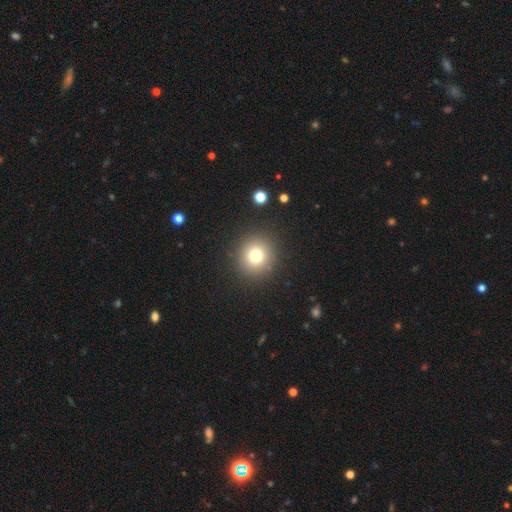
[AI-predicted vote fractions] Q: Smooth or featured?
A: smooth (75%); runner-up: star or artifact (15%)
Q: How rounded?
A: round (93%); runner-up: in between (7%)
Q: Merging?
A: none (90%); runner-up: minor disturbance (6%)